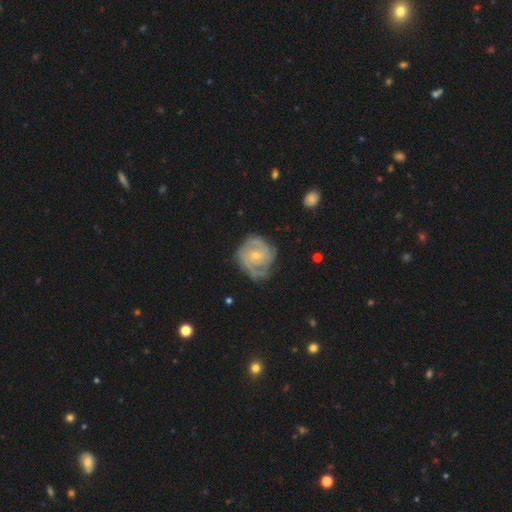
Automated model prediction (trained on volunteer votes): featured or disk 84%, smooth 11%, star or artifact 5%. Down the decision tree: edge-on disk — no (98%); bar — no (58%); spiral arms — yes (95%); spiral arm count — 2 (38%); spiral winding — tight (60%); bulge size — small (72%); merging — none (64%).